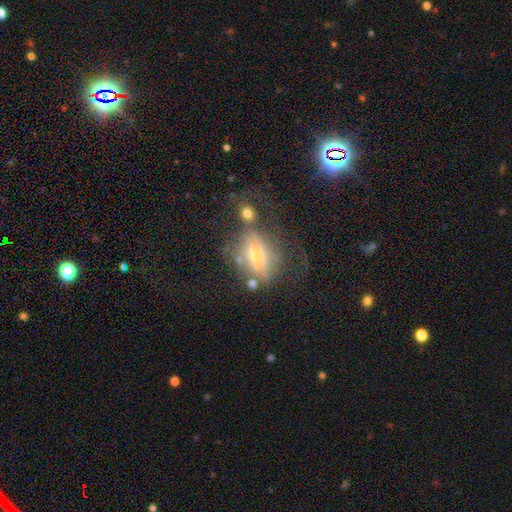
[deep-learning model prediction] This is possibly a featured or disk galaxy (57%). It is possibly not viewed edge-on (53%). Merging: possibly none (47%).